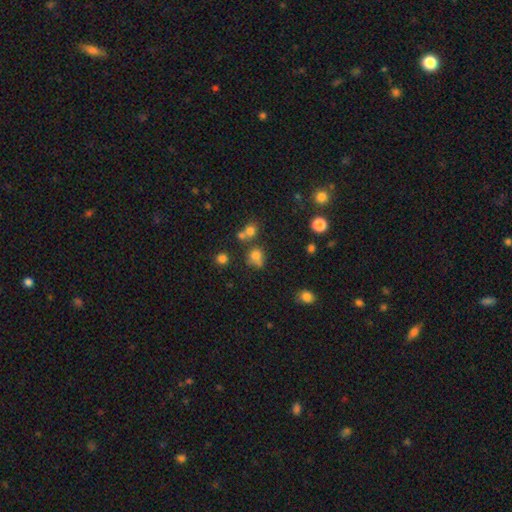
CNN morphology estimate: Smooth or featured? Predicted: smooth (p=0.73). How rounded? Predicted: round (p=0.79). Merging? Predicted: none (p=0.52).